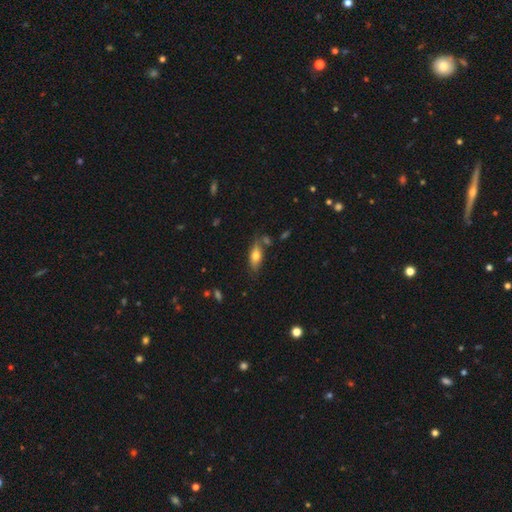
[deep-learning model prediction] Smooth or featured? Predicted: smooth (p=0.68). How rounded? Predicted: in between (p=0.73). Merging? Predicted: none (p=0.67).